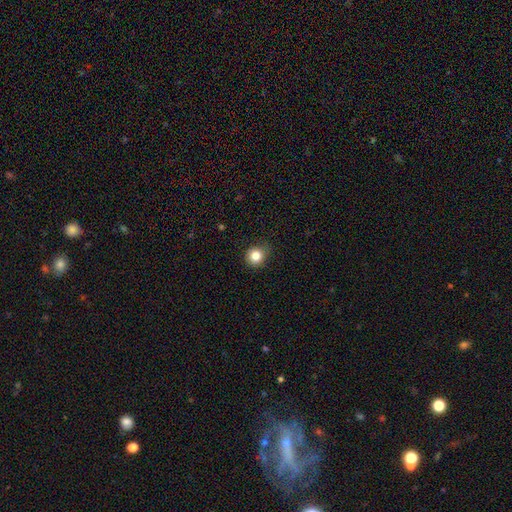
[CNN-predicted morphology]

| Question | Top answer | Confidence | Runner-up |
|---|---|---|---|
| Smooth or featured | smooth | 84% | star or artifact (11%) |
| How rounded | round | 89% | in between (10%) |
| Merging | none | 82% | minor disturbance (14%) |